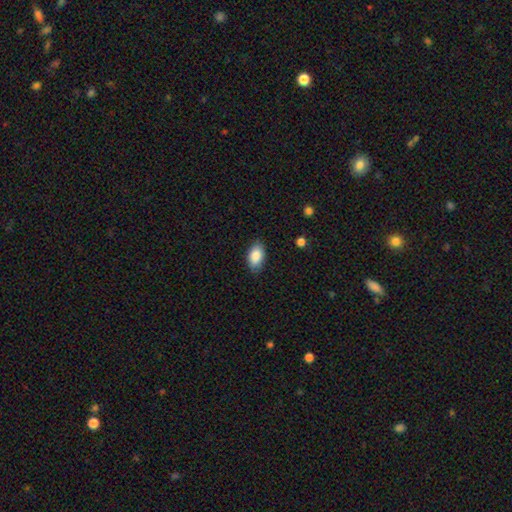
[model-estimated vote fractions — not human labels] This appears to be a smooth galaxy with no disk features (86%) that is in between round and cigar-shaped (93%). Merging: none (85%).